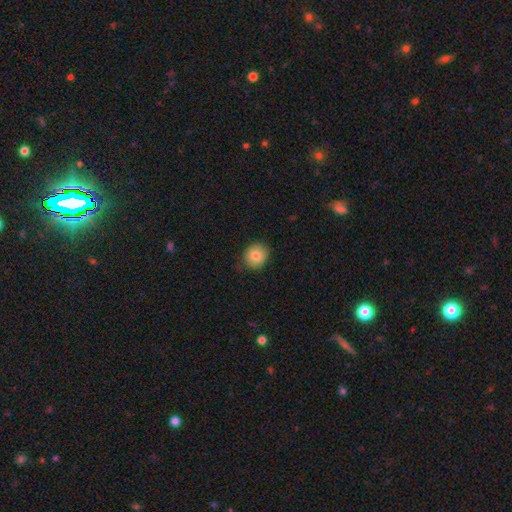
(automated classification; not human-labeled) smooth_or_featured: smooth (p=0.82) [alt: featured or disk p=0.09]
how_rounded: round (p=0.81) [alt: in between p=0.19]
merging: none (p=0.83) [alt: minor disturbance p=0.14]